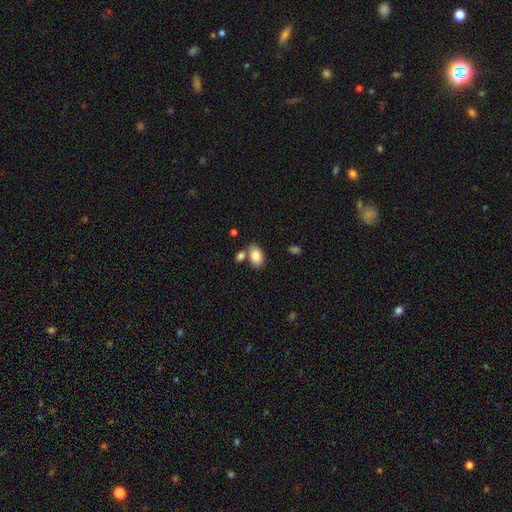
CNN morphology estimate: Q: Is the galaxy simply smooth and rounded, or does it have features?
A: smooth — 84%.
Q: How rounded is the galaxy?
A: in between — 90%.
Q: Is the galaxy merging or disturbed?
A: none — 63%.